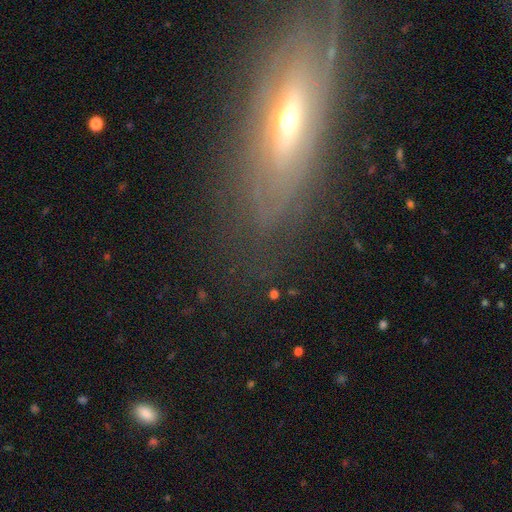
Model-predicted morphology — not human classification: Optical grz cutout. It shows a featured or disk galaxy (53%) viewed edge-on (50%, tied with no). Merging: none (66%).